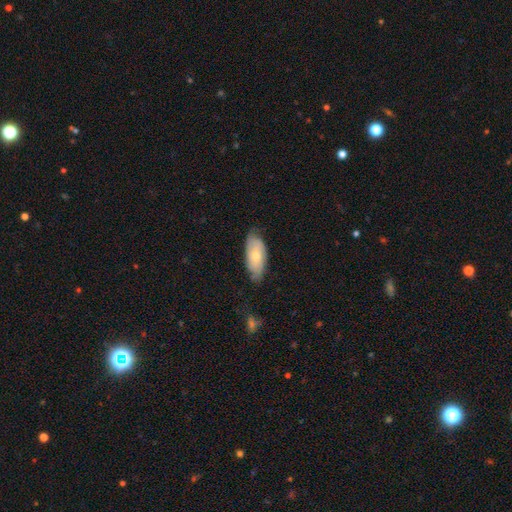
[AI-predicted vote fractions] smooth-or-featured: smooth: 64% | featured or disk: 31% | star or artifact: 6%
  how-rounded: in between: 86% | cigar-shaped: 11% | round: 2%
  merging: none: 67% | minor disturbance: 27% | major disturbance: 5% | merger: 1%